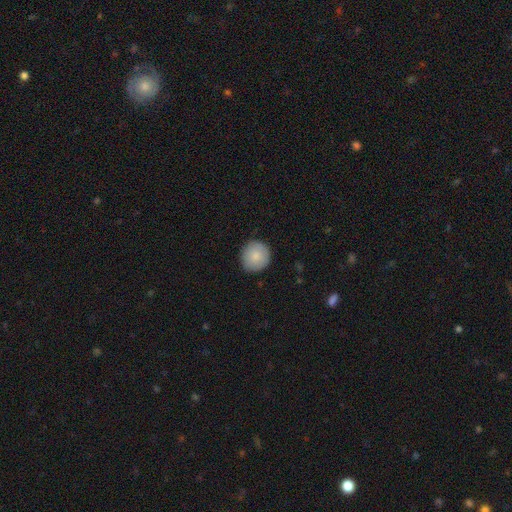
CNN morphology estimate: smooth_or_featured: smooth (p=0.83) [alt: featured or disk p=0.10]
how_rounded: round (p=0.92) [alt: in between p=0.07]
merging: none (p=0.87) [alt: minor disturbance p=0.10]